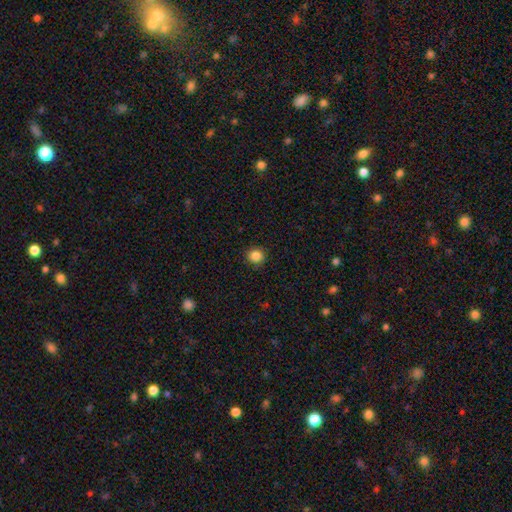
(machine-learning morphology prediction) Overall: smooth (85%). How rounded: round (92%). Merging: none (91%).